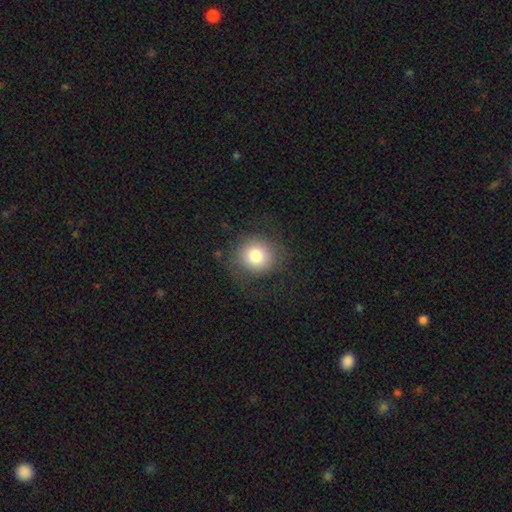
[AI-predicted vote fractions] This is likely a smooth galaxy (77%). How rounded: clearly round (88%). Merging: likely none (76%).